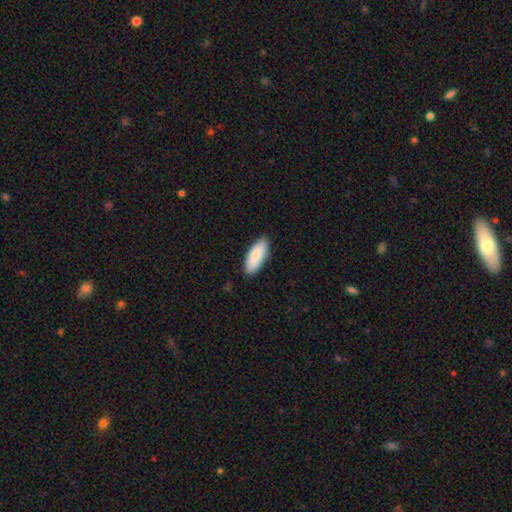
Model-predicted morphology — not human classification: smooth-or-featured: smooth: 86% | featured or disk: 9% | star or artifact: 5%
  how-rounded: in between: 80% | cigar-shaped: 19% | round: 2%
  merging: none: 87% | minor disturbance: 10% | major disturbance: 2% | merger: 1%